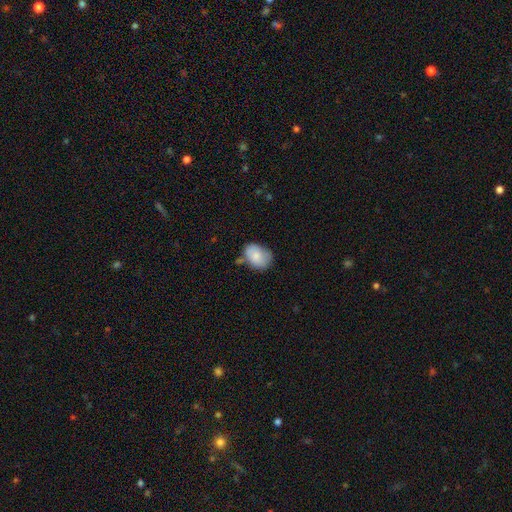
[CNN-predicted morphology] smooth-or-featured: smooth: 81% | featured or disk: 12% | star or artifact: 7%
  how-rounded: in between: 73% | round: 26% | cigar-shaped: 1%
  merging: none: 56% | minor disturbance: 29% | merger: 9% | major disturbance: 7%